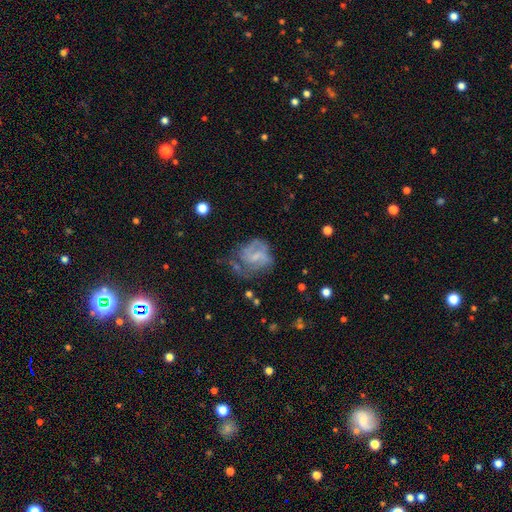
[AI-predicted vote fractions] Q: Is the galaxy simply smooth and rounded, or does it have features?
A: featured or disk — 67%.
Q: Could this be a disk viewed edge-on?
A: no — 98%.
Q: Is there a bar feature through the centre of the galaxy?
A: weak — 49%.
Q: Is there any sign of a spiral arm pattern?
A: yes — 79%.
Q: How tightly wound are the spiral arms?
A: medium — 45%.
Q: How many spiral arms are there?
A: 2 — 42%.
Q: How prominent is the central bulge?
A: small — 49%.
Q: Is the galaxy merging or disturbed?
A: none — 40%.